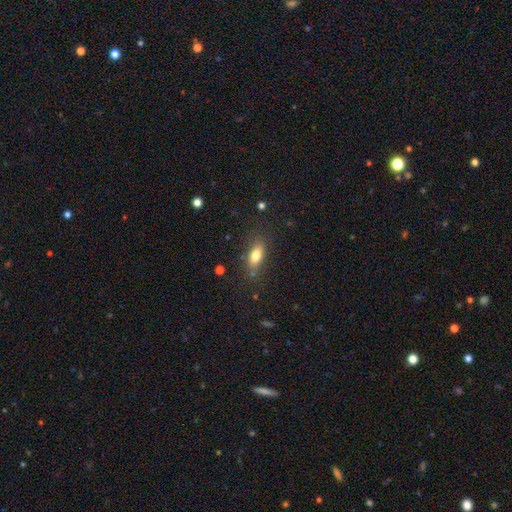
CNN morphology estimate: Overall: smooth (77%). How rounded: in between (76%). Merging: none (78%).